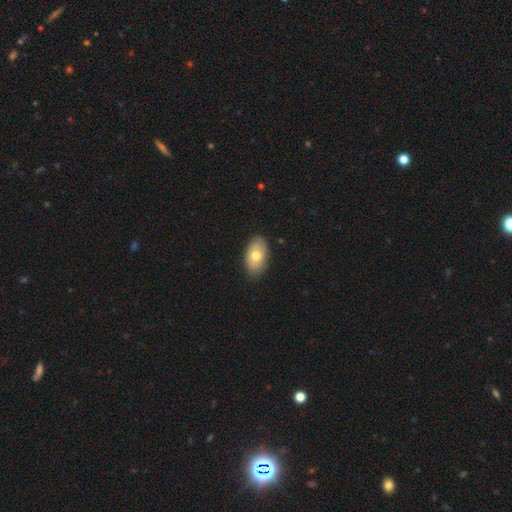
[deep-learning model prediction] A smooth galaxy with no disk features (70%) that is in between round and cigar-shaped (92%).

Vote fractions:
- Smooth or featured? smooth: 70% / featured or disk: 24% / star or artifact: 6%
- How rounded? in between: 92% / round: 6% / cigar-shaped: 1%
- Merging? none: 83% / minor disturbance: 13% / major disturbance: 2% / merger: 1%